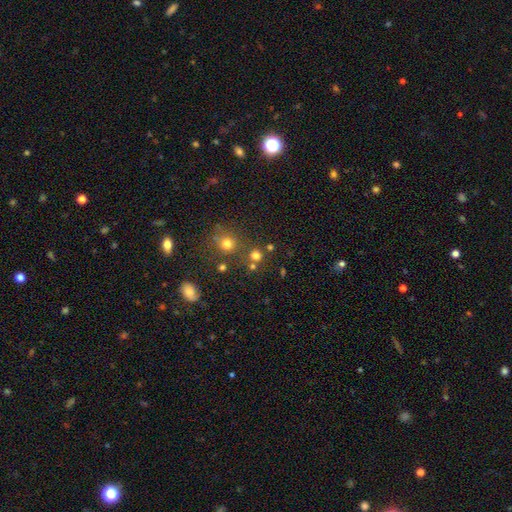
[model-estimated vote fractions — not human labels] This is likely a smooth galaxy (72%). How rounded: clearly round (89%). Merging: likely none (69%).